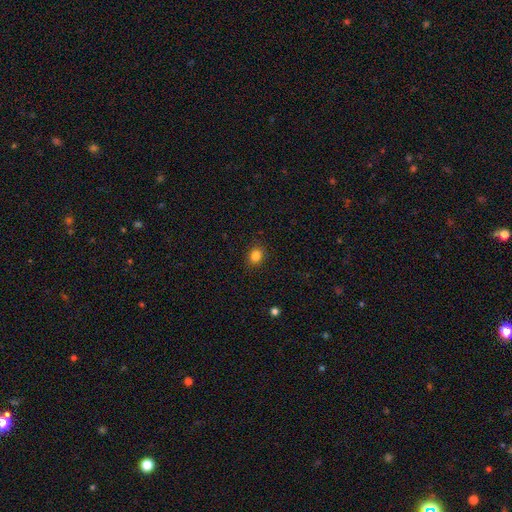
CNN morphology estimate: Smooth or featured: smooth — 84% (star or artifact — 12%)
How rounded: round — 64% (in between — 35%)
Merging: none — 88% (minor disturbance — 9%)